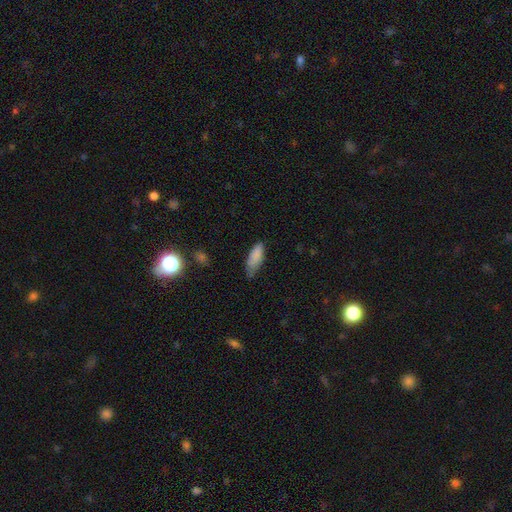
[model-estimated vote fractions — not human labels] Smooth or featured? Predicted: smooth (p=0.84). How rounded? Predicted: in between (p=0.71). Merging? Predicted: none (p=0.50).